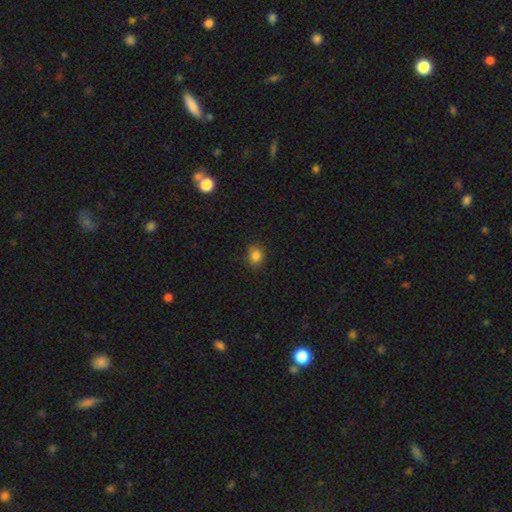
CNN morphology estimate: This is clearly a smooth galaxy (82%). How rounded: likely round (75%). Merging: clearly none (82%).